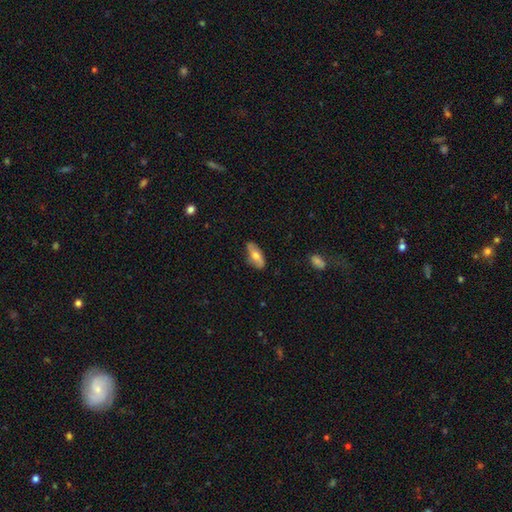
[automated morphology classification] Q: Smooth or featured?
A: smooth (60%); runner-up: featured or disk (34%)
Q: How rounded?
A: in between (79%); runner-up: cigar-shaped (18%)
Q: Merging?
A: none (77%); runner-up: minor disturbance (19%)